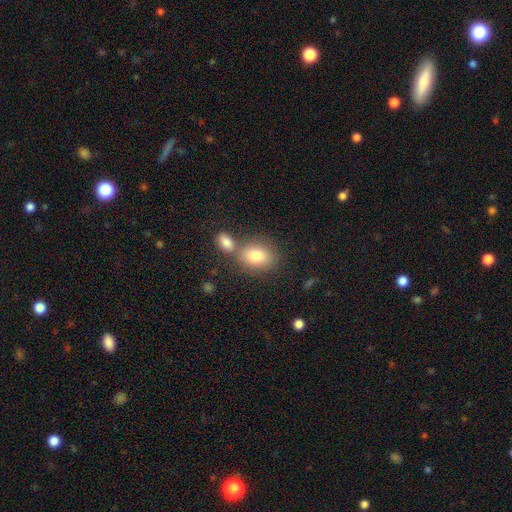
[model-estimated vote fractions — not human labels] Q: Smooth or featured?
A: smooth (81%); runner-up: featured or disk (11%)
Q: How rounded?
A: in between (65%); runner-up: round (34%)
Q: Merging?
A: none (54%); runner-up: merger (31%)